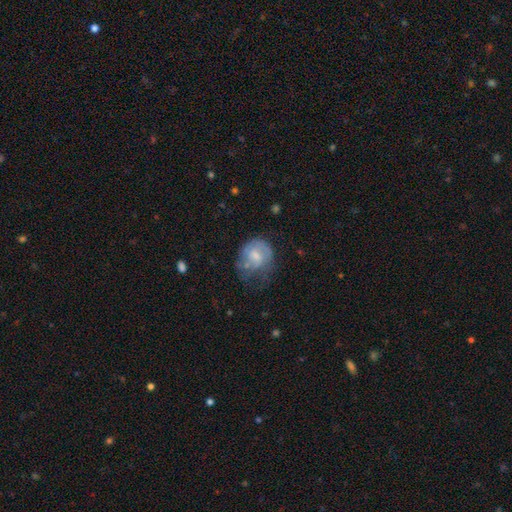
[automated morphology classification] This appears to be a featured or disk galaxy (47%). Merging: none (35%).